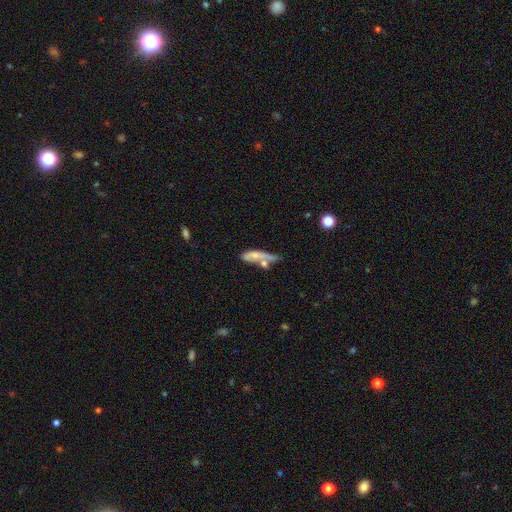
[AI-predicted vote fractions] Morphology: type=smooth (56%); roundness=cigar-shaped (55%); merging=merger (34%).